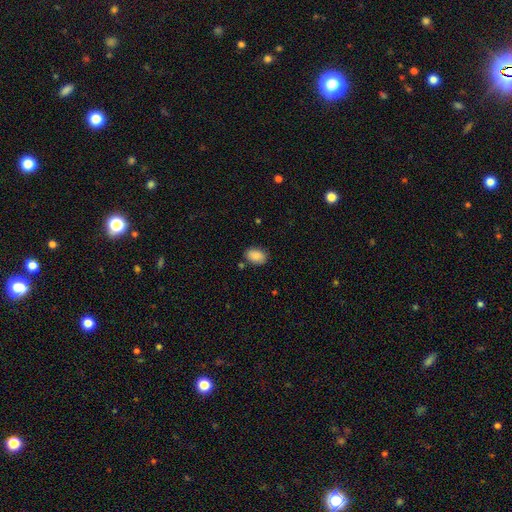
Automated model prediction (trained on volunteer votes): Morphology: type=smooth (88%); roundness=in between (87%); merging=none (81%).